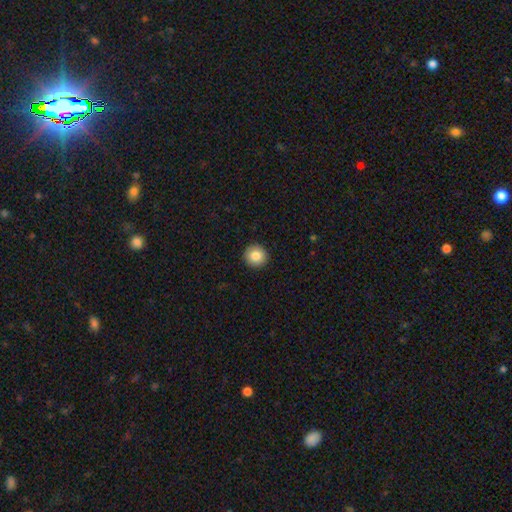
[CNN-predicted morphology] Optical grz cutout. It shows a smooth galaxy with no disk features (85%) that is round (93%). Merging: none (93%).